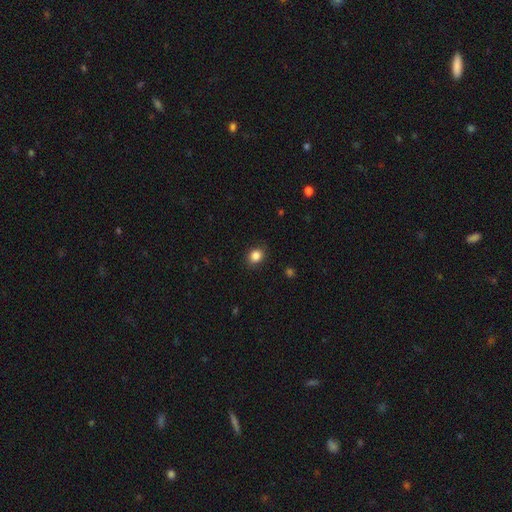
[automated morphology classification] A smooth galaxy with no disk features (86%) that is round (62%). Merging: none (86%).